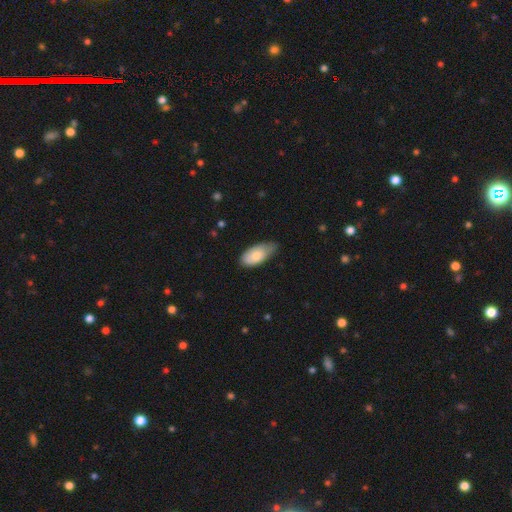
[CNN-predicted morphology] Smooth or featured?
  - smooth: 74% *
  - featured or disk: 20%
  - star or artifact: 6%
How rounded?
  - in between: 92% *
  - cigar-shaped: 6%
  - round: 3%
Merging?
  - none: 50% *
  - minor disturbance: 41%
  - major disturbance: 7%
  - merger: 2%